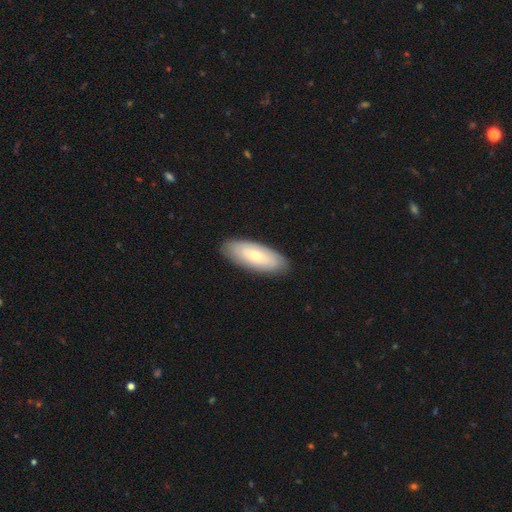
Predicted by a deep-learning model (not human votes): Morphology: type=smooth (66%); roundness=in between (79%); merging=none (88%).